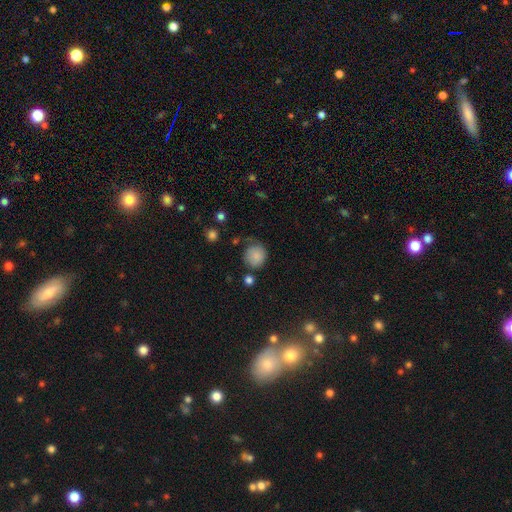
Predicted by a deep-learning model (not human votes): The model was most divided on "merging": none: 65%, minor disturbance: 24%, major disturbance: 7%, merger: 4%. More confident: how rounded — round (88%); smooth or featured — smooth (84%).